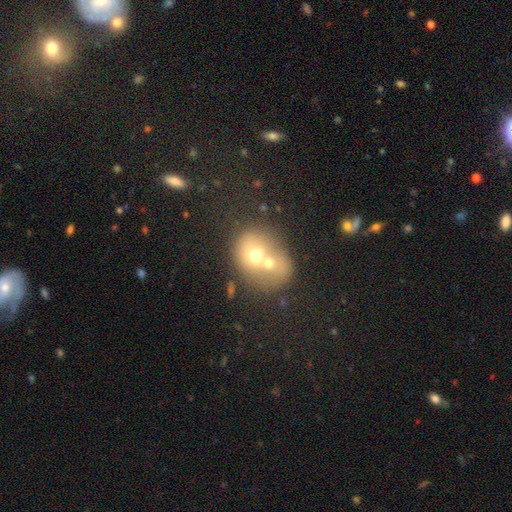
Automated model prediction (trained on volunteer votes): This is possibly a smooth galaxy (58%). How rounded: likely round (64%). Merging: likely merger (69%).